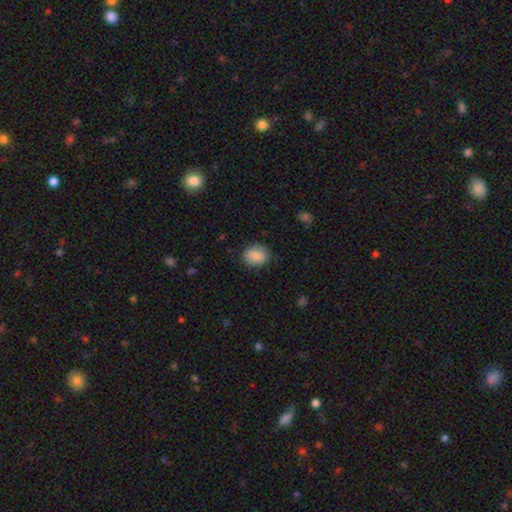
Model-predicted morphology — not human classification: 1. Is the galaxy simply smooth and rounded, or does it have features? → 84% smooth, 9% featured or disk, 7% star or artifact.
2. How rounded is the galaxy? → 55% round, 44% in between, 1% cigar-shaped.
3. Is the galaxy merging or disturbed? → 83% none, 13% minor disturbance, 3% major disturbance, 1% merger.